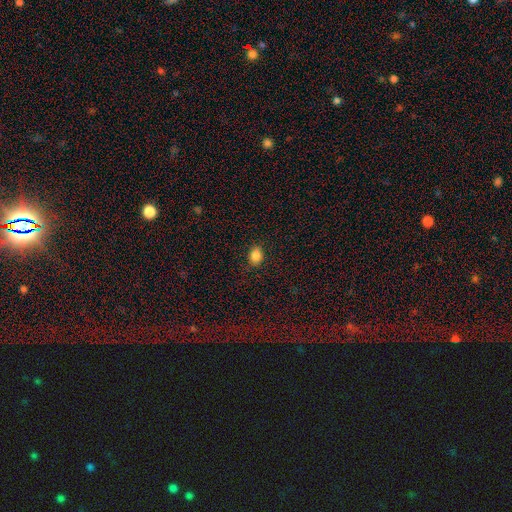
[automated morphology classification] This is clearly a smooth galaxy (86%). How rounded: likely in between (61%). Merging: clearly none (86%).